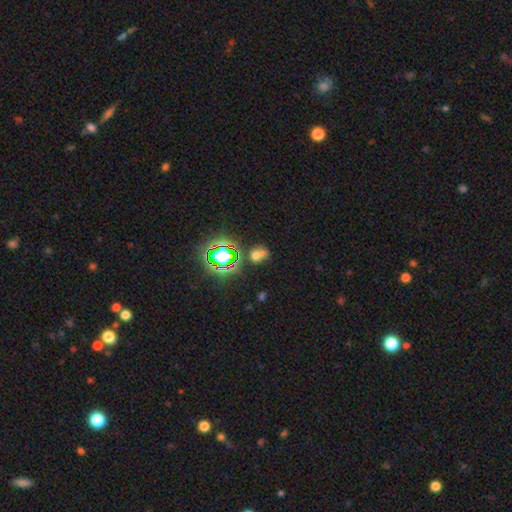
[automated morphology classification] Smooth or featured? Predicted: smooth (p=0.48). Merging? Predicted: none (p=0.43).